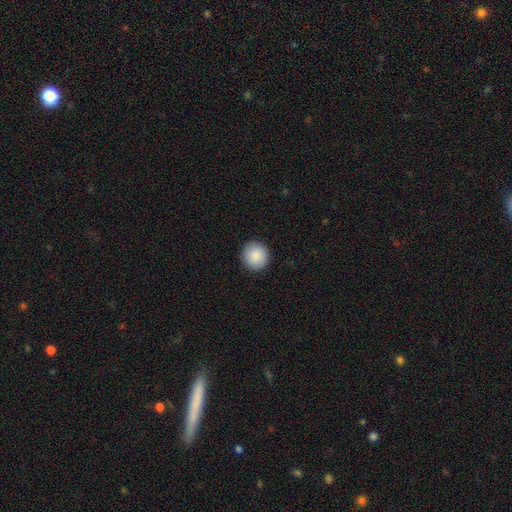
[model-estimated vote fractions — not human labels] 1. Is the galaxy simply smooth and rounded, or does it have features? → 89% smooth, 7% star or artifact, 4% featured or disk.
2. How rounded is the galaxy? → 91% round, 8% in between, 1% cigar-shaped.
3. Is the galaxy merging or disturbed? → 92% none, 5% minor disturbance, 2% major disturbance, 1% merger.